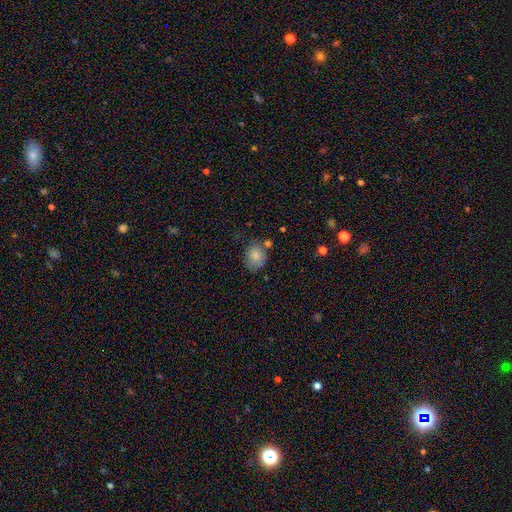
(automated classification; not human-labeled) Overall: smooth (84%). How rounded: round (54%; in between 45%). Merging: none (62%; minor disturbance 23%).